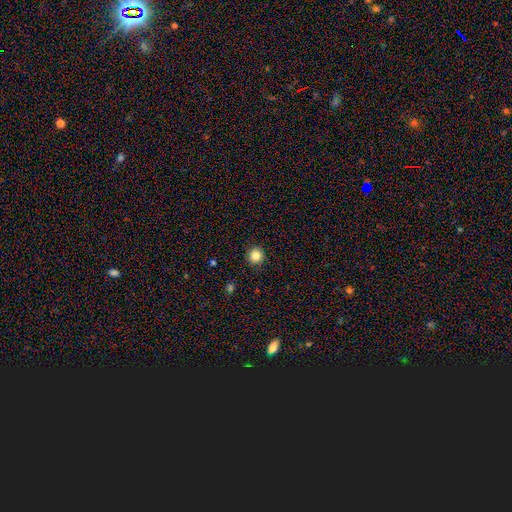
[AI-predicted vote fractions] smooth-or-featured: smooth: 84% | star or artifact: 11% | featured or disk: 5%
  how-rounded: round: 92% | in between: 7% | cigar-shaped: 1%
  merging: none: 92% | minor disturbance: 6% | major disturbance: 2% | merger: 1%